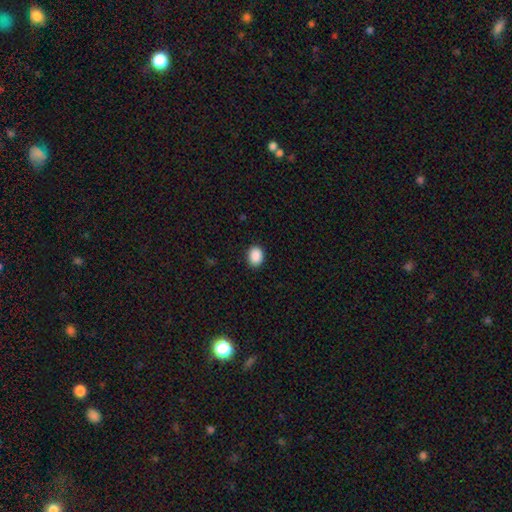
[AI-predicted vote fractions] smooth 90%, star or artifact 8%, featured or disk 2%. Down the decision tree: how rounded — in between (61%); merging — none (90%).